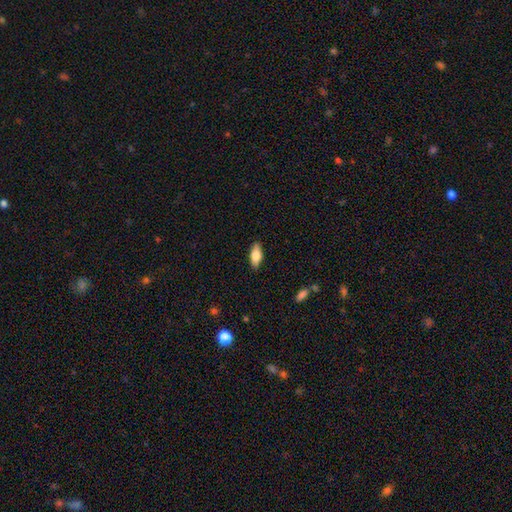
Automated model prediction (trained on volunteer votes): smooth 73%, featured or disk 21%, star or artifact 6%. Down the decision tree: how rounded — in between (77%); merging — none (88%).